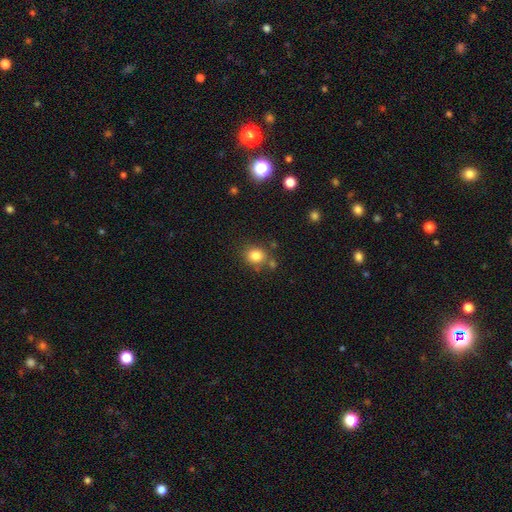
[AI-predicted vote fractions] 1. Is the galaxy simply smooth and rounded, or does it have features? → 82% smooth, 12% star or artifact, 7% featured or disk.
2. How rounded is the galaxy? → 72% round, 27% in between, 1% cigar-shaped.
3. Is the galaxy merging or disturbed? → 74% none, 12% minor disturbance, 10% merger, 4% major disturbance.